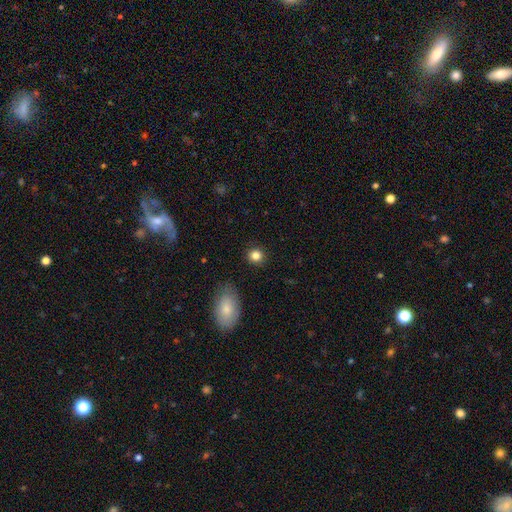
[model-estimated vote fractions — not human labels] Morphology: type=smooth (84%); roundness=round (86%); merging=none (89%).